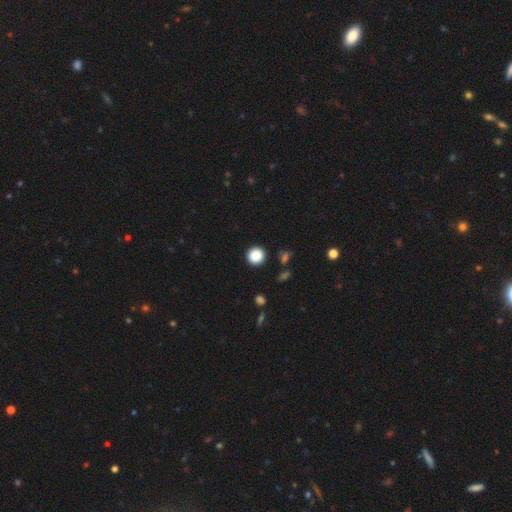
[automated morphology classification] Smooth or featured?
  - smooth: 87% *
  - star or artifact: 10%
  - featured or disk: 3%
How rounded?
  - round: 94% *
  - in between: 5%
  - cigar-shaped: 1%
Merging?
  - none: 92% *
  - minor disturbance: 5%
  - major disturbance: 2%
  - merger: 1%